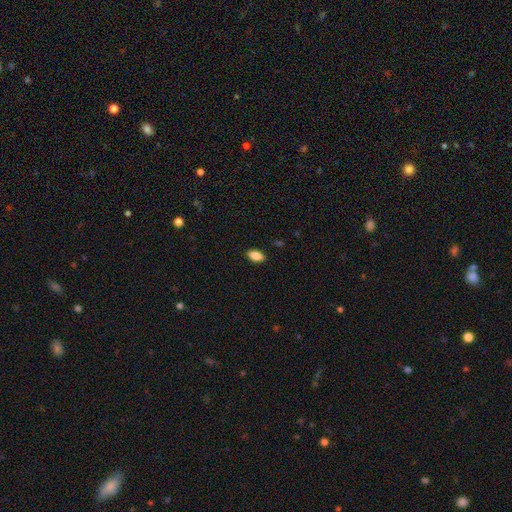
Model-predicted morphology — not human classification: The model was most divided on "smooth or featured": smooth: 86%, star or artifact: 7%, featured or disk: 6%. More confident: how rounded — in between (91%); merging — none (89%).